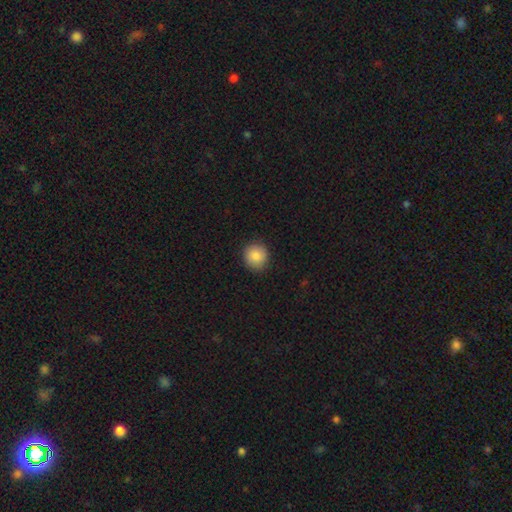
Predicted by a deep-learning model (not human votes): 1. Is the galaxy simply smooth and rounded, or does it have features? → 88% smooth, 8% star or artifact, 4% featured or disk.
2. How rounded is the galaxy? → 90% round, 9% in between, 1% cigar-shaped.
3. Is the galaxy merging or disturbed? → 89% none, 8% minor disturbance, 2% major disturbance, 1% merger.